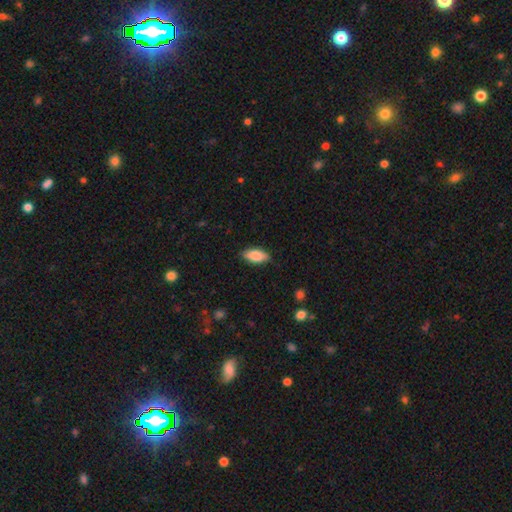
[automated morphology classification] Smooth or featured? Predicted: smooth (p=0.83). How rounded? Predicted: in between (p=0.87). Merging? Predicted: none (p=0.85).